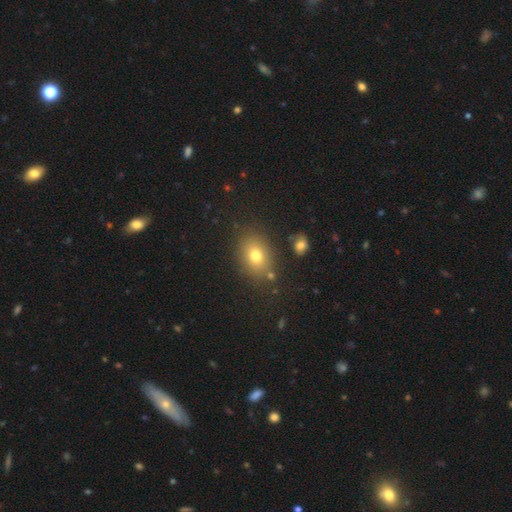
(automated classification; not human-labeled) smooth 76%, star or artifact 14%, featured or disk 11%. Down the decision tree: how rounded — in between (60%); merging — none (81%).